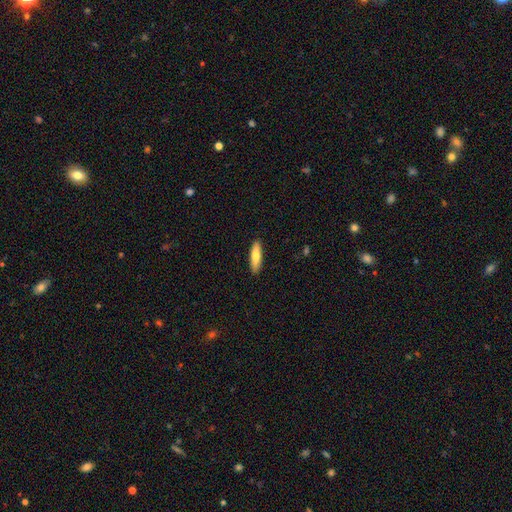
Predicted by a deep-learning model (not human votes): Smooth or featured: smooth — 77% (featured or disk — 18%)
How rounded: cigar-shaped — 64% (in between — 34%)
Merging: none — 89% (minor disturbance — 8%)